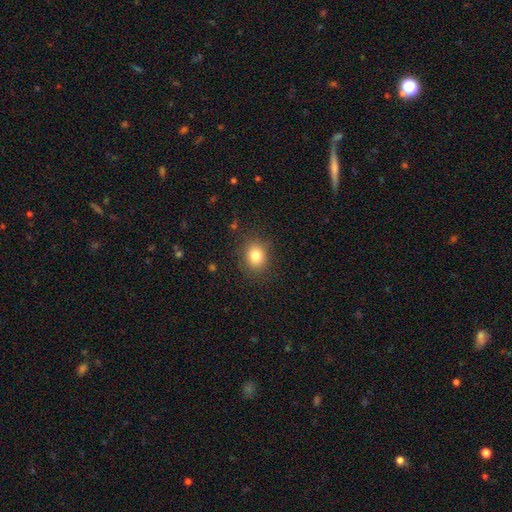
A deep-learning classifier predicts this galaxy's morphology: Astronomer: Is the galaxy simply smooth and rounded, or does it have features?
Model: smooth — 81%.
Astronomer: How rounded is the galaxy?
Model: round — 65%.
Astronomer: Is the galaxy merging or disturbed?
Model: none — 85%.